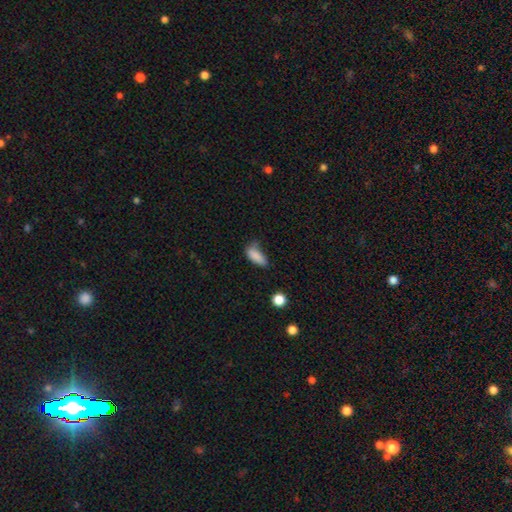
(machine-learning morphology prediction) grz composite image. It shows a smooth galaxy with no disk features (84%) that is in between round and cigar-shaped (81%). Merging: none (44%).